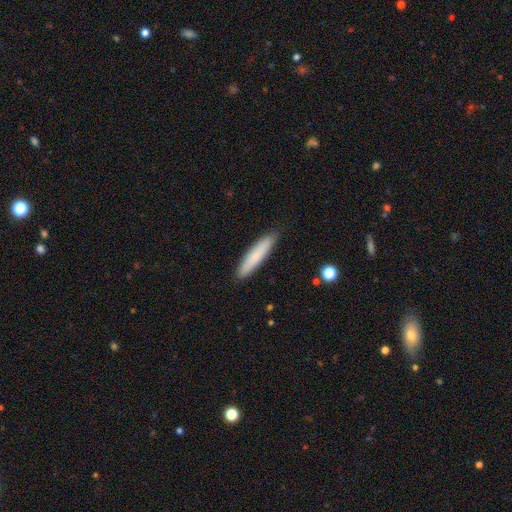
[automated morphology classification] Smooth or featured?
  - smooth: 77% *
  - featured or disk: 17%
  - star or artifact: 6%
How rounded?
  - cigar-shaped: 87% *
  - in between: 12%
  - round: 1%
Merging?
  - none: 88% *
  - minor disturbance: 10%
  - major disturbance: 2%
  - merger: 1%